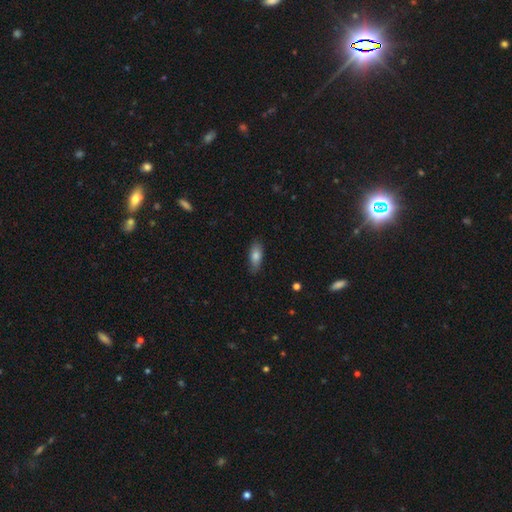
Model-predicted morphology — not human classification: smooth_or_featured: smooth (p=0.76) [alt: featured or disk p=0.16]
how_rounded: in between (p=0.74) [alt: cigar-shaped p=0.23]
merging: none (p=0.80) [alt: minor disturbance p=0.16]